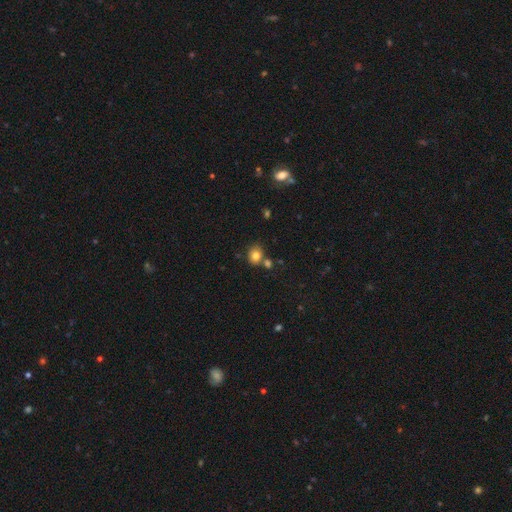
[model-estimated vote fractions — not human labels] Smooth or featured? smooth (80%)
How rounded? round (67%)
Merging? none (66%)